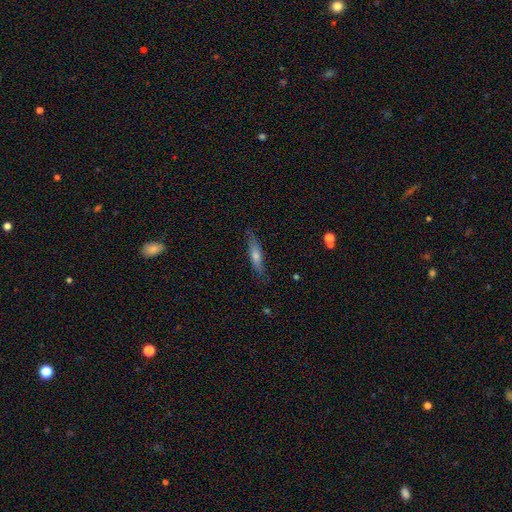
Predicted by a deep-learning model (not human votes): smooth-or-featured: smooth: 50% | featured or disk: 42% | star or artifact: 8%
  how-rounded: cigar-shaped: 80% | in between: 18% | round: 2%
  merging: none: 83% | minor disturbance: 13% | major disturbance: 3% | merger: 1%